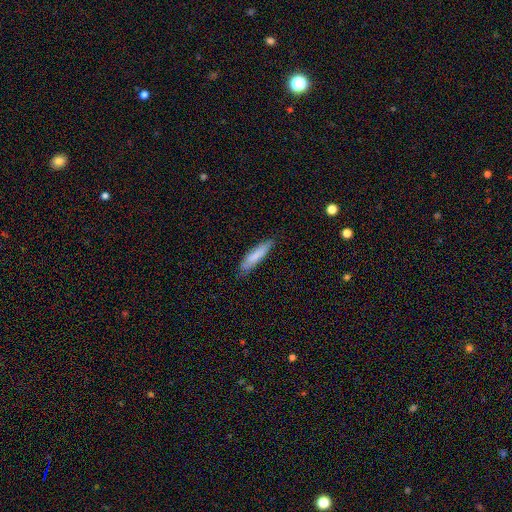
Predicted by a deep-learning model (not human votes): This is clearly a smooth galaxy (81%). How rounded: clearly cigar-shaped (81%). Merging: clearly none (81%).